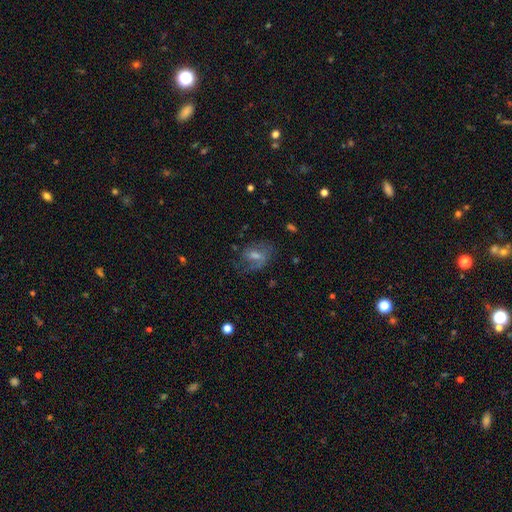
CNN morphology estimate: A featured or disk galaxy (54%) with a weak bar (48%), spiral arms (72%) and a moderate central bulge (46%). Merging: none (47%).